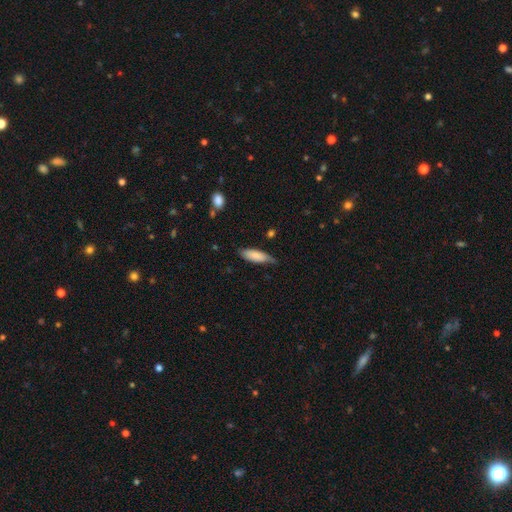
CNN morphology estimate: Smooth or featured: smooth — 81% (featured or disk — 14%)
How rounded: in between — 59% (cigar-shaped — 39%)
Merging: none — 64% (minor disturbance — 30%)